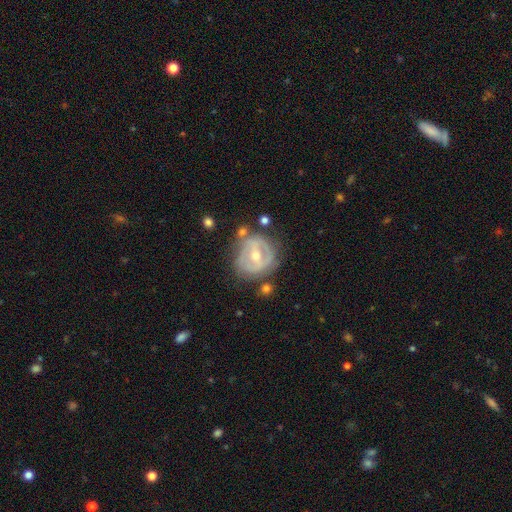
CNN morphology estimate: smooth-or-featured: featured or disk: 75% | smooth: 19% | star or artifact: 6%
  disk-edge-on: no: 96% | yes: 4%
    bar: weak: 43% | strong: 36% | no: 21%
    has-spiral-arms: yes: 60% | no: 40%
    bulge-size: moderate: 62% | small: 34% | large: 2% | none: 1% | dominant: 1%
  merging: none: 63% | minor disturbance: 21% | major disturbance: 10% | merger: 6%